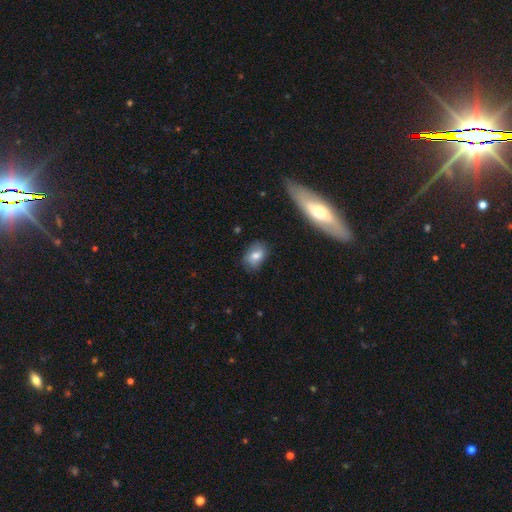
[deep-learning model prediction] This is likely a smooth galaxy (73%). How rounded: likely in between (80%). Merging: likely none (72%).